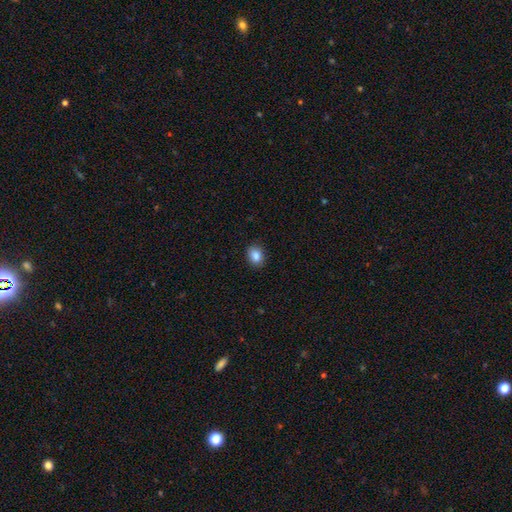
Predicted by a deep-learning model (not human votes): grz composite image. It shows a smooth galaxy with no disk features (87%) that is in between round and cigar-shaped (61%). Merging: none (88%).